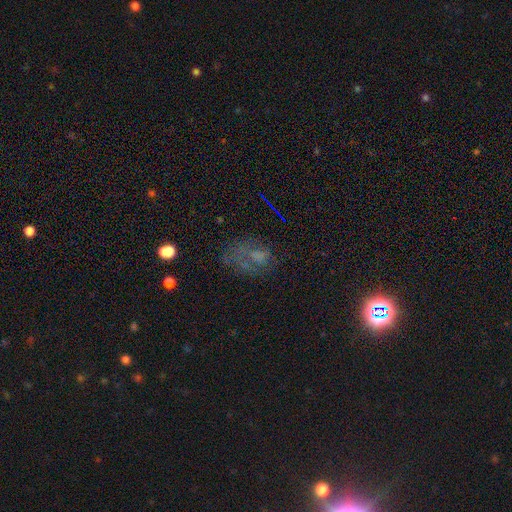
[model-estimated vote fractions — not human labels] Smooth or featured? Predicted: smooth (p=0.38). Merging? Predicted: none (p=0.39).